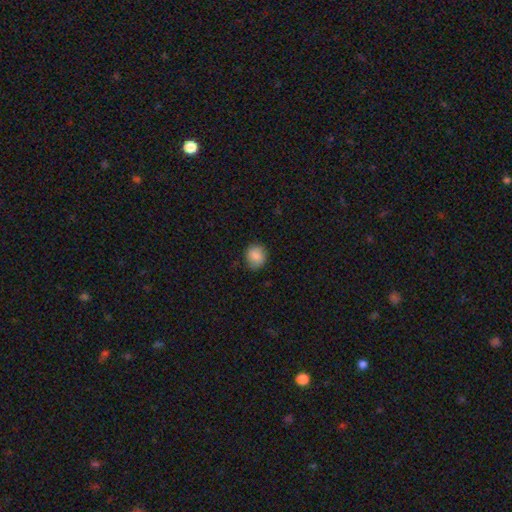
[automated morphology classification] Smooth or featured? Predicted: smooth (p=0.85). How rounded? Predicted: round (p=0.80). Merging? Predicted: none (p=0.81).